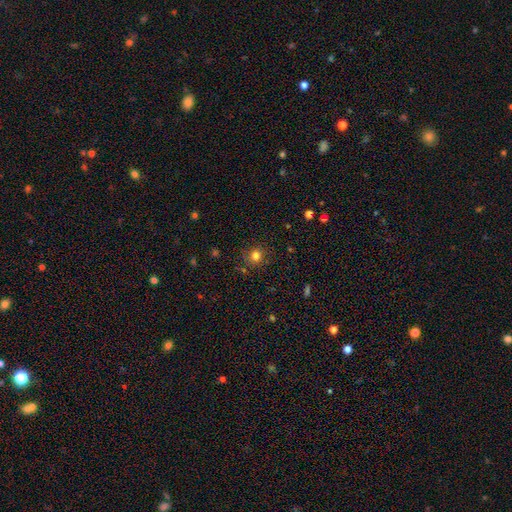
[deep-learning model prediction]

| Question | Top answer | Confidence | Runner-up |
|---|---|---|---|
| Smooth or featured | smooth | 78% | star or artifact (16%) |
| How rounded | round | 90% | in between (9%) |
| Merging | none | 85% | minor disturbance (10%) |